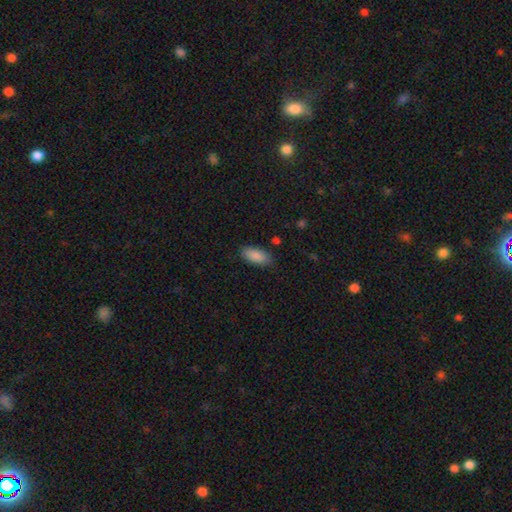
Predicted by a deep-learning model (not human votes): Smooth or featured? Predicted: smooth (p=0.88). How rounded? Predicted: in between (p=0.87). Merging? Predicted: none (p=0.85).